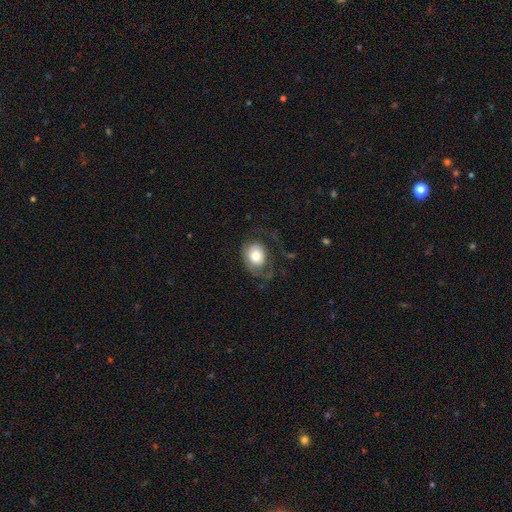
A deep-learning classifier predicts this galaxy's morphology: Overall: smooth (66%; featured or disk 26%). How rounded: in between (57%; round 42%). Merging: none (43%; major disturbance 33%).